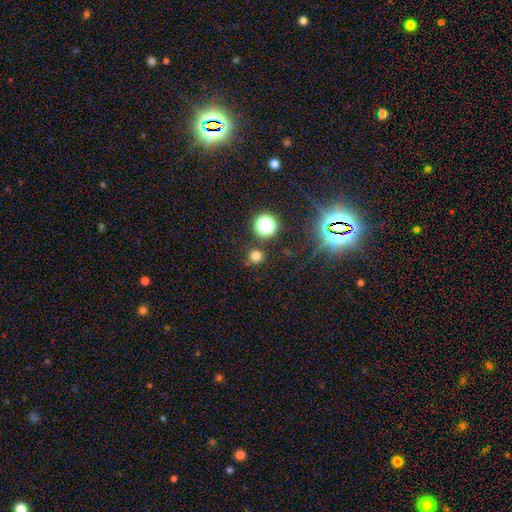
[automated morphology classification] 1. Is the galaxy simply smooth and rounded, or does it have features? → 72% smooth, 23% star or artifact, 5% featured or disk.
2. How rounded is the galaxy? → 92% round, 7% in between, 1% cigar-shaped.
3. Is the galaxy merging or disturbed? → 86% none, 7% minor disturbance, 4% merger, 3% major disturbance.